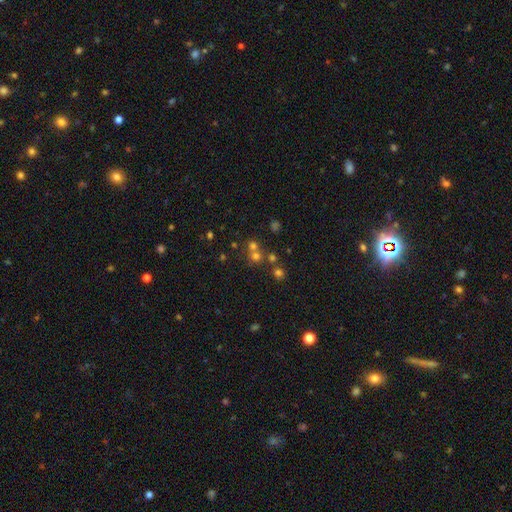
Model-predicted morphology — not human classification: smooth 57%, star or artifact 29%, featured or disk 14%. Down the decision tree: how rounded — round (86%); merging — none (53%).